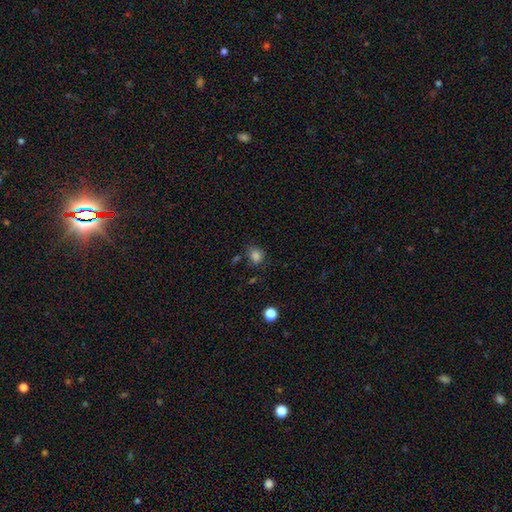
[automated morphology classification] Overall: smooth (82%). How rounded: round (59%; in between 40%). Merging: none (62%; minor disturbance 23%).